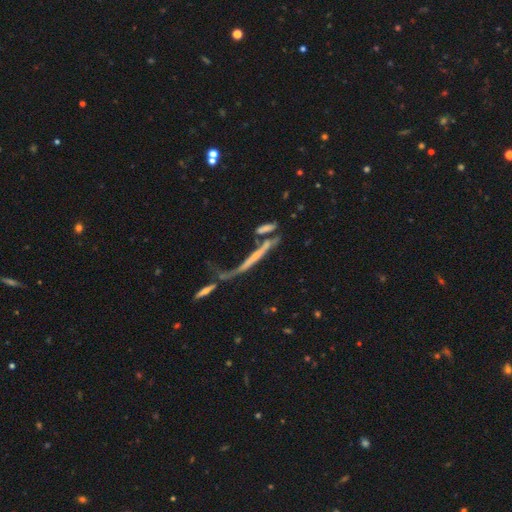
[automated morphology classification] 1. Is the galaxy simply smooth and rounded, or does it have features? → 61% featured or disk, 26% smooth, 13% star or artifact.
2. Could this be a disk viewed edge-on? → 79% yes, 21% no.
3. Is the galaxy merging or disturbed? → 36% merger, 31% none, 19% major disturbance, 14% minor disturbance.